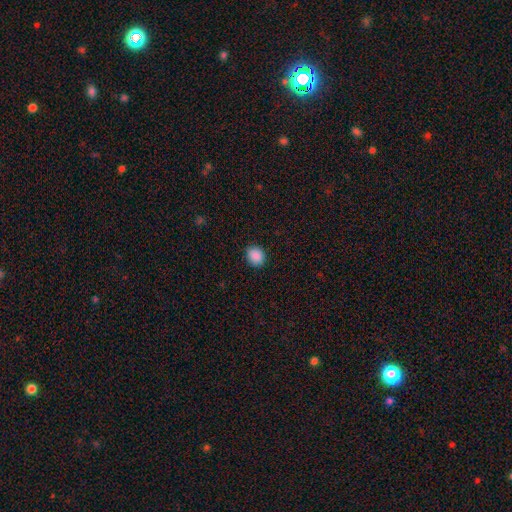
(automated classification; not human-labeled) Overall: smooth (89%). How rounded: round (74%). Merging: none (90%).